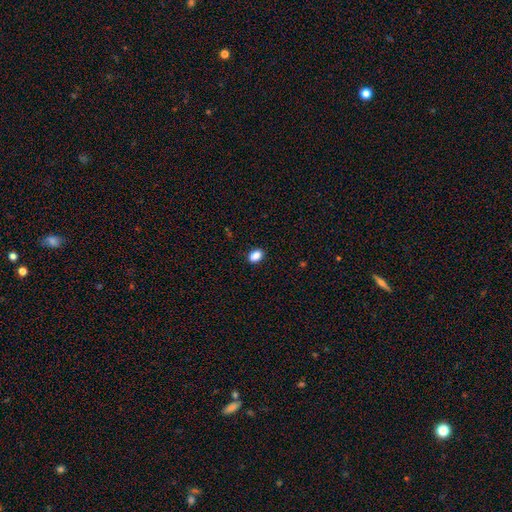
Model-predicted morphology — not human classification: This appears to be a smooth galaxy with no disk features (86%) that is in between round and cigar-shaped (76%). Merging: none (87%).